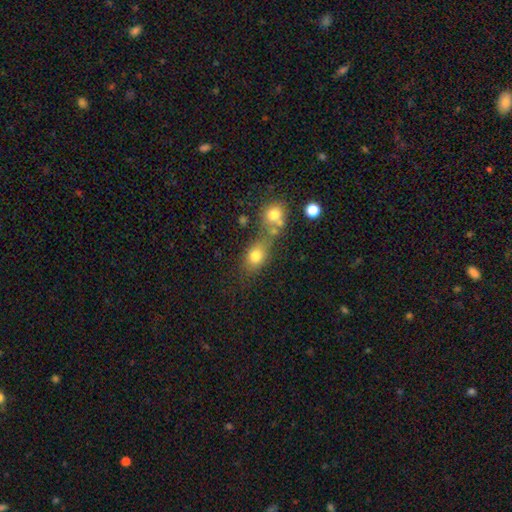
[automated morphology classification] Smooth or featured? Predicted: smooth (p=0.76). How rounded? Predicted: in between (p=0.53). Merging? Predicted: none (p=0.44).